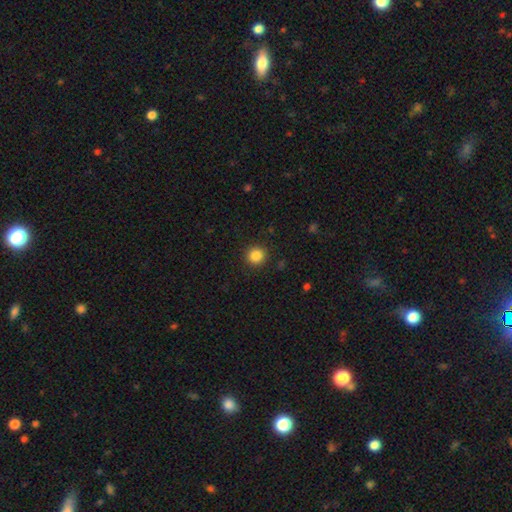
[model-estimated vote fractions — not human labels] Smooth or featured? smooth (85%)
How rounded? round (94%)
Merging? none (91%)